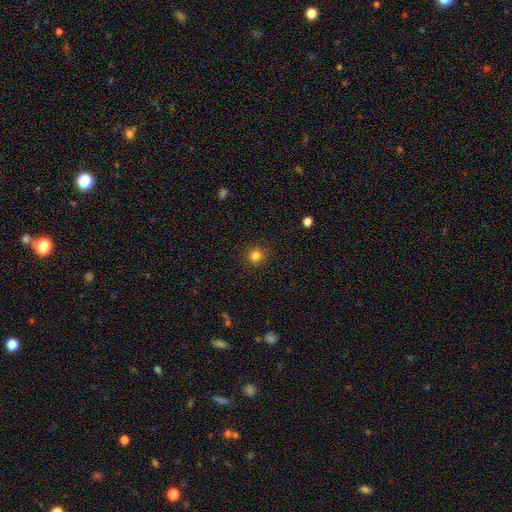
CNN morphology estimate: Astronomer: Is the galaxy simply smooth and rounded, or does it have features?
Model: smooth — 83%.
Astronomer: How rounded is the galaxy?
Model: round — 93%.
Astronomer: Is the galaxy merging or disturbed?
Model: none — 90%.